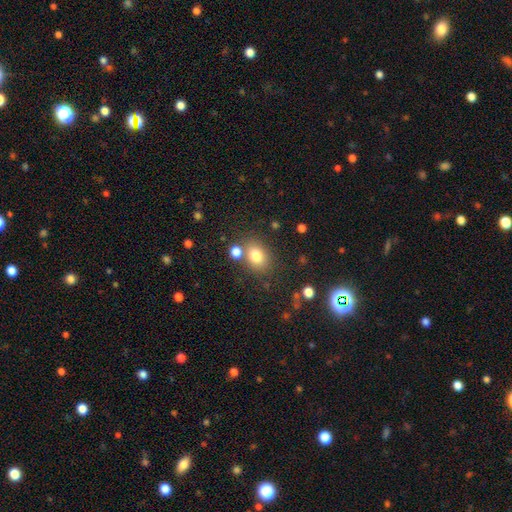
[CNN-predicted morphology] smooth-or-featured: smooth: 79% | star or artifact: 12% | featured or disk: 9%
  how-rounded: in between: 53% | round: 46% | cigar-shaped: 1%
  merging: none: 69% | merger: 14% | minor disturbance: 12% | major disturbance: 5%